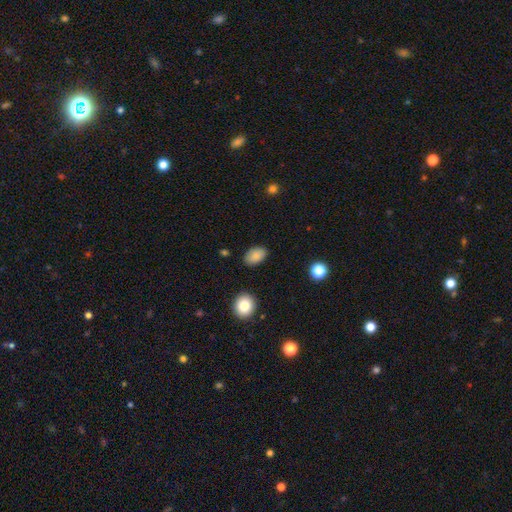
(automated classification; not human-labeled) The model was most divided on "merging": none: 85%, minor disturbance: 10%, major disturbance: 3%, merger: 2%. More confident: how rounded — in between (89%); smooth or featured — smooth (87%).